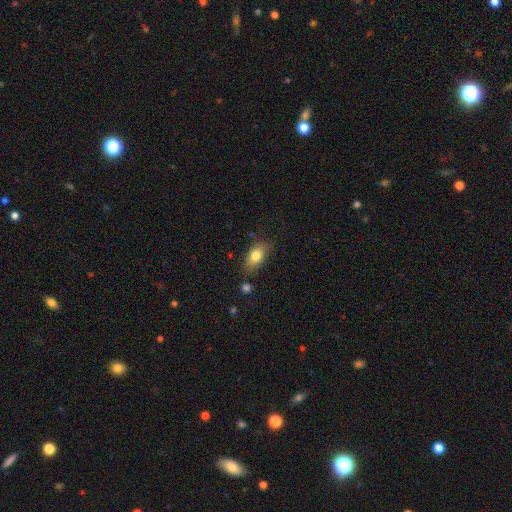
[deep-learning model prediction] smooth 80%, featured or disk 12%, star or artifact 8%. Down the decision tree: how rounded — in between (85%); merging — none (75%).